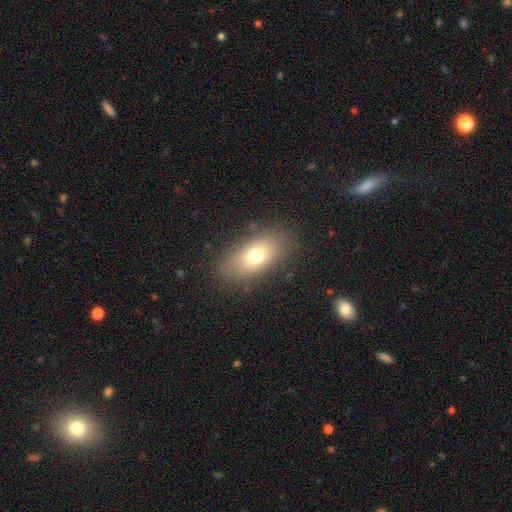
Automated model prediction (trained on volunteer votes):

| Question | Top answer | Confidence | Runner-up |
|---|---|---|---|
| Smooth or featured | smooth | 73% | featured or disk (17%) |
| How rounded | in between | 86% | round (7%) |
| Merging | none | 83% | minor disturbance (11%) |